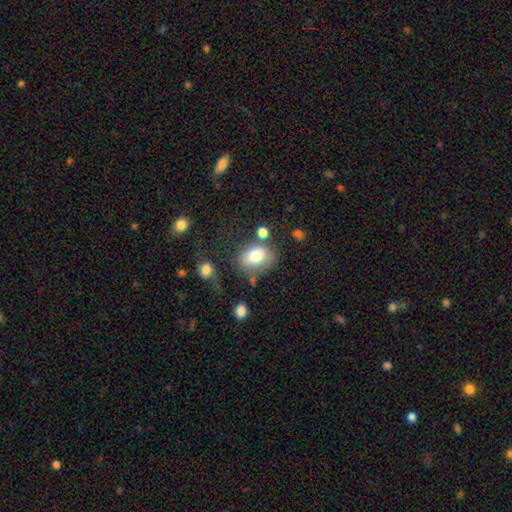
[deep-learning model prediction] A smooth galaxy with no disk features (80%) that is in between round and cigar-shaped (73%).

Vote fractions:
- Smooth or featured? smooth: 80% / featured or disk: 11% / star or artifact: 8%
- How rounded? in between: 73% / round: 25% / cigar-shaped: 1%
- Merging? none: 52% / minor disturbance: 22% / merger: 13% / major disturbance: 13%